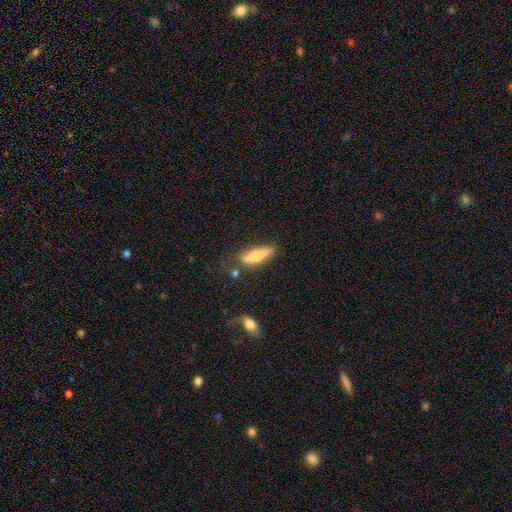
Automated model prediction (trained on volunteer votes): Overall: smooth (68%). How rounded: cigar-shaped (68%; in between 30%). Merging: none (62%; minor disturbance 23%).